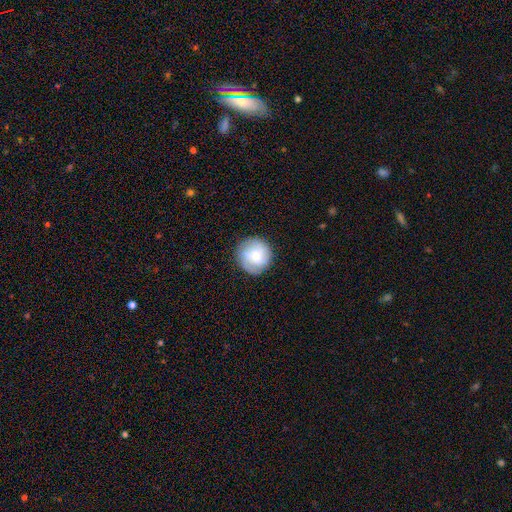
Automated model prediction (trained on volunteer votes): Smooth or featured: smooth — 48% (featured or disk — 45%)
Merging: none — 84% (minor disturbance — 11%)